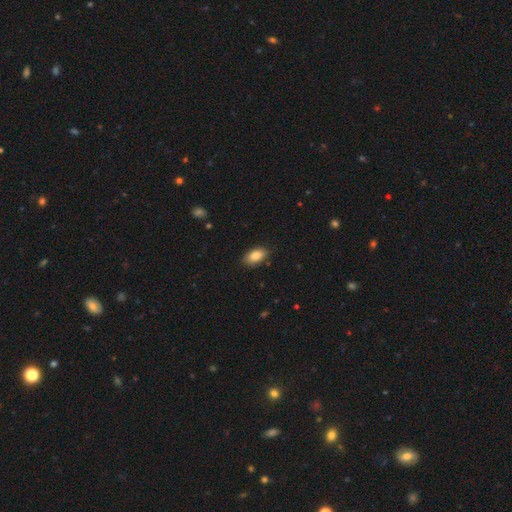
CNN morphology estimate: smooth-or-featured: smooth: 87% | star or artifact: 7% | featured or disk: 6%
  how-rounded: in between: 93% | round: 5% | cigar-shaped: 2%
  merging: none: 86% | minor disturbance: 11% | major disturbance: 2% | merger: 1%